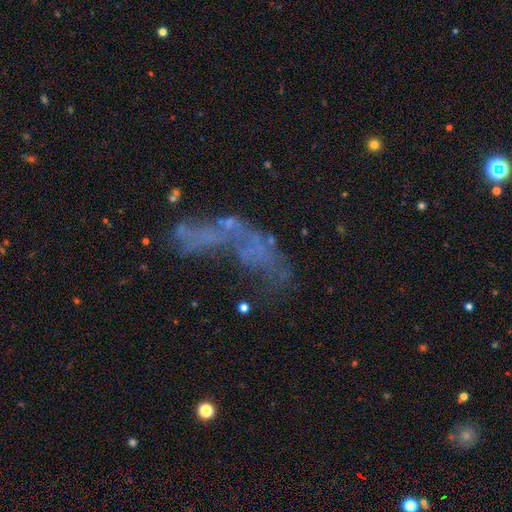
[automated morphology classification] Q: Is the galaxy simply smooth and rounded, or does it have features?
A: featured or disk — 52%.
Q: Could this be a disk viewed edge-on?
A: no — 91%.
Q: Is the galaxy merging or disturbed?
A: major disturbance — 41%.